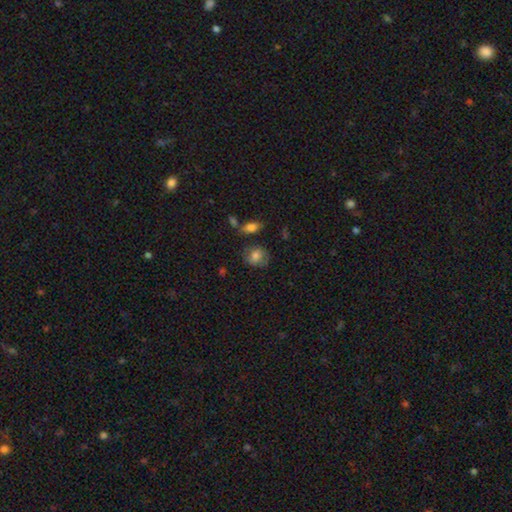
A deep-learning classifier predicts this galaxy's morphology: smooth-or-featured: smooth: 77% | featured or disk: 15% | star or artifact: 9%
  how-rounded: round: 59% | in between: 39% | cigar-shaped: 1%
  merging: none: 68% | minor disturbance: 20% | major disturbance: 7% | merger: 5%